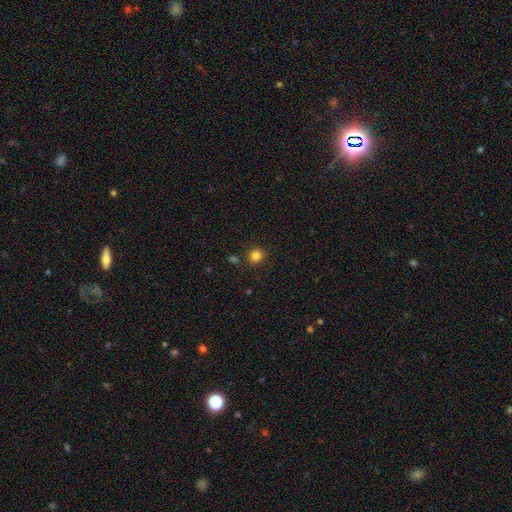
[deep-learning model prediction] This is clearly a smooth galaxy (83%). How rounded: clearly round (92%). Merging: clearly none (88%).